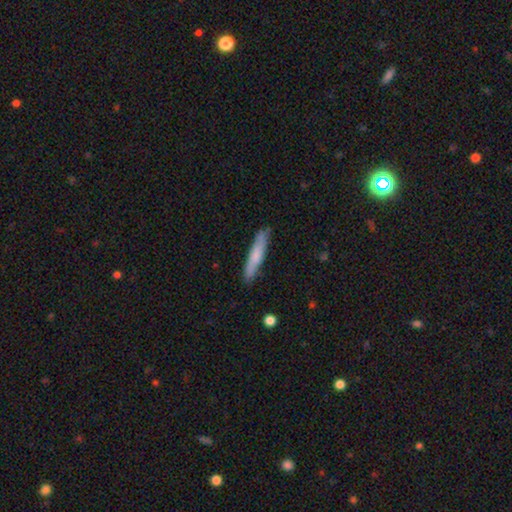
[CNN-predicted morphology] Smooth or featured? smooth (69%)
How rounded? cigar-shaped (92%)
Merging? none (86%)